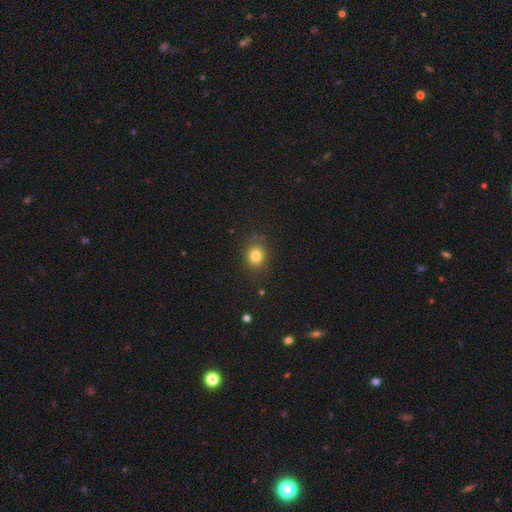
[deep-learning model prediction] Smooth or featured? Predicted: smooth (p=0.81). How rounded? Predicted: round (p=0.70). Merging? Predicted: none (p=0.83).